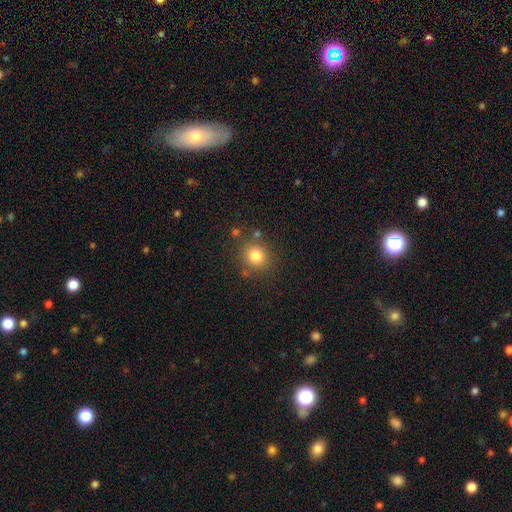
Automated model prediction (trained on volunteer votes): This is clearly a smooth galaxy (80%). How rounded: clearly round (86%). Merging: likely none (80%).